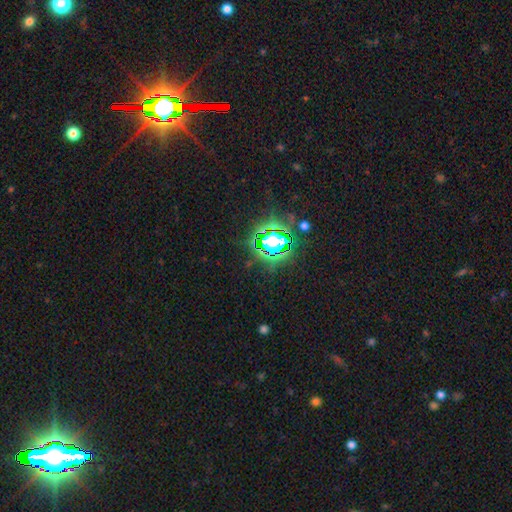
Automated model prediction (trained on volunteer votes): Smooth or featured? Predicted: star or artifact (p=0.86).